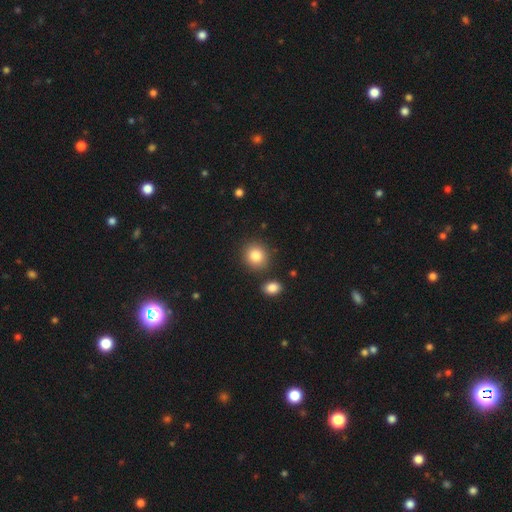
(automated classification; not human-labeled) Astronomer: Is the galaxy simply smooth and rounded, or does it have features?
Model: smooth — 85%.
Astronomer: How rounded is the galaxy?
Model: round — 85%.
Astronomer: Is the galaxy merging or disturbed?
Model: none — 83%.